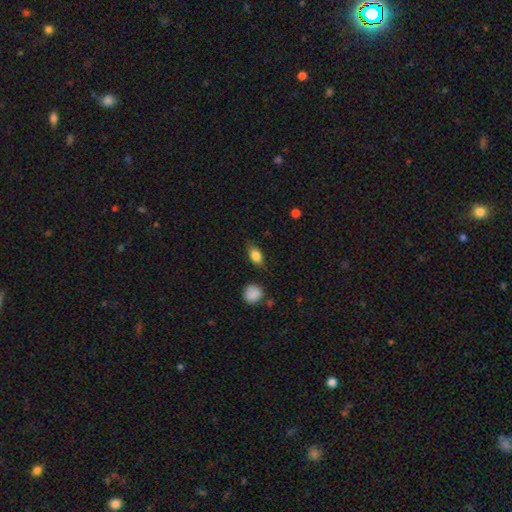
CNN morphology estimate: Overall: smooth (84%). How rounded: in between (84%). Merging: none (78%).